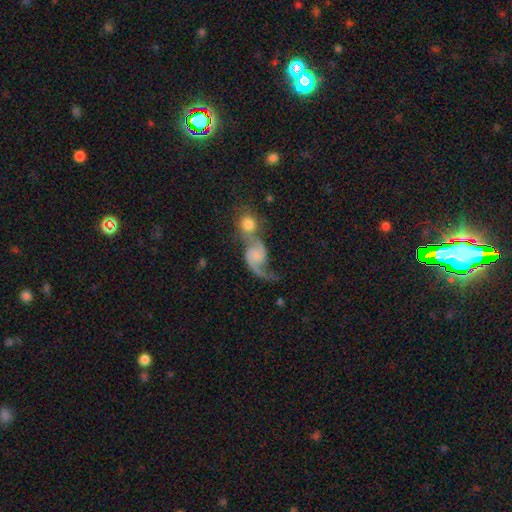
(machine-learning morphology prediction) Q: Smooth or featured?
A: featured or disk (74%); runner-up: smooth (19%)
Q: Edge-on disk?
A: no (97%); runner-up: yes (3%)
Q: Bar?
A: no (66%); runner-up: weak (28%)
Q: Spiral arms?
A: yes (93%); runner-up: no (7%)
Q: Spiral winding?
A: loose (76%); runner-up: medium (20%)
Q: Spiral arm count?
A: 2 (81%); runner-up: 1 (14%)
Q: Bulge size?
A: none (36%); runner-up: small (30%)
Q: Merging?
A: merger (63%); runner-up: none (19%)